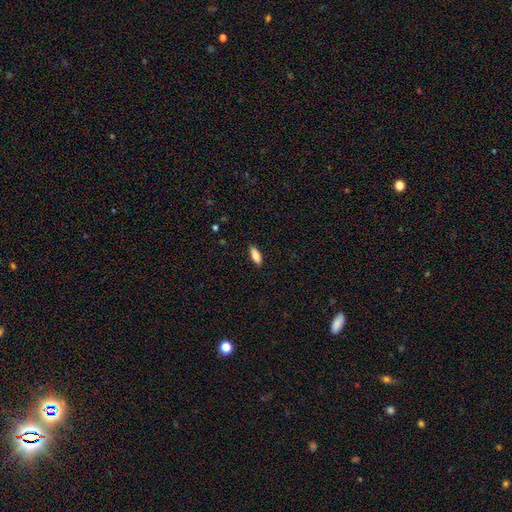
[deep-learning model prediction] This is clearly a smooth galaxy (80%). How rounded: likely in between (69%). Merging: clearly none (89%).